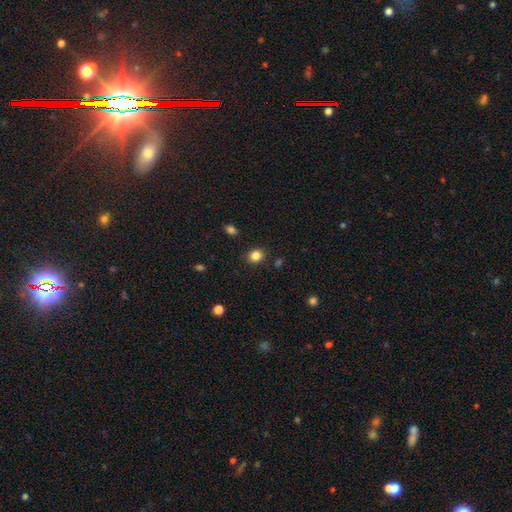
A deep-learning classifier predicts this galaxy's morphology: smooth 85%, star or artifact 11%, featured or disk 4%. Down the decision tree: how rounded — round (77%); merging — none (88%).